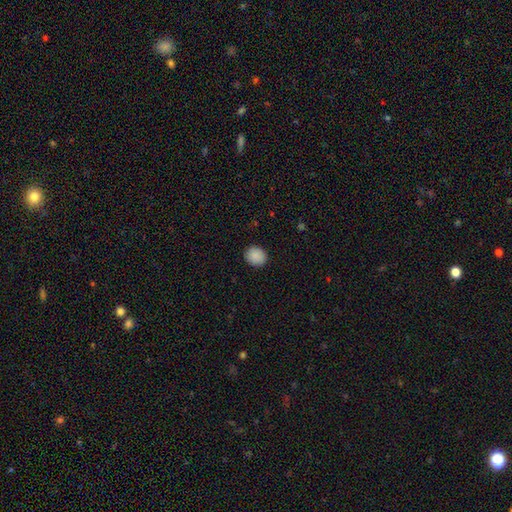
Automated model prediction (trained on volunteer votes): A smooth galaxy with no disk features (89%) that is round (76%). Merging: none (90%).